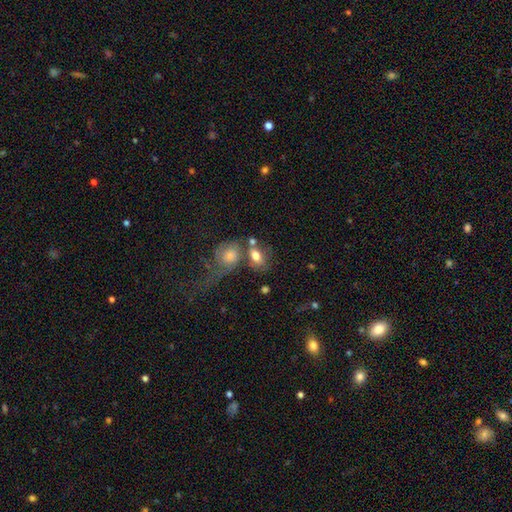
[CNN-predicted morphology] A smooth galaxy with no disk features (71%) that is in between round and cigar-shaped (78%).

Vote fractions:
- Smooth or featured? smooth: 71% / featured or disk: 20% / star or artifact: 9%
- How rounded? in between: 78% / round: 20% / cigar-shaped: 3%
- Merging? merger: 42% / none: 34% / minor disturbance: 13% / major disturbance: 11%